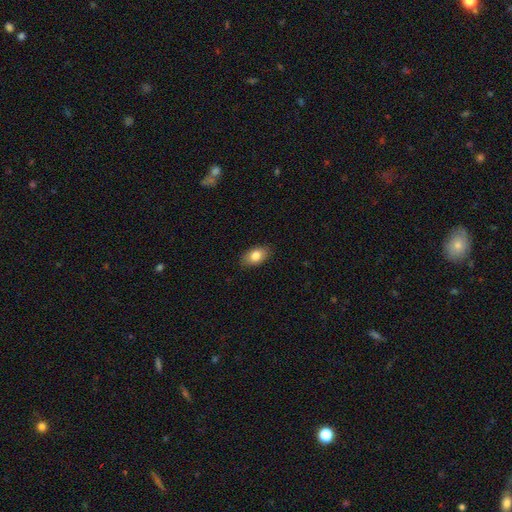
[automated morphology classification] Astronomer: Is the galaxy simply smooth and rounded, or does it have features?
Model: smooth — 82%.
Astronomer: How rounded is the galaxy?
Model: in between — 89%.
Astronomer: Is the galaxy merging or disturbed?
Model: none — 87%.